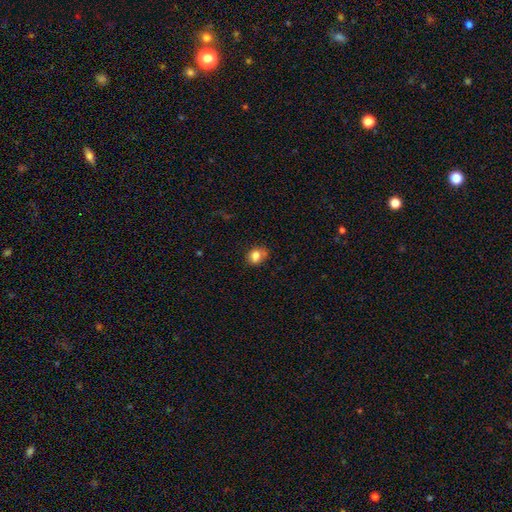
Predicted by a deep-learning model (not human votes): Overall: smooth (80%). How rounded: round (54%; in between 45%). Merging: none (61%; minor disturbance 26%).